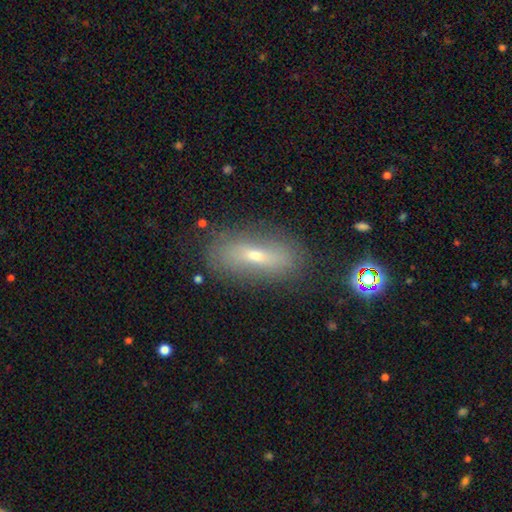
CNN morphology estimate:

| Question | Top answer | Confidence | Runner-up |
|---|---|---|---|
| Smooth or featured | smooth | 47% | featured or disk (40%) |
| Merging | none | 79% | minor disturbance (14%) |